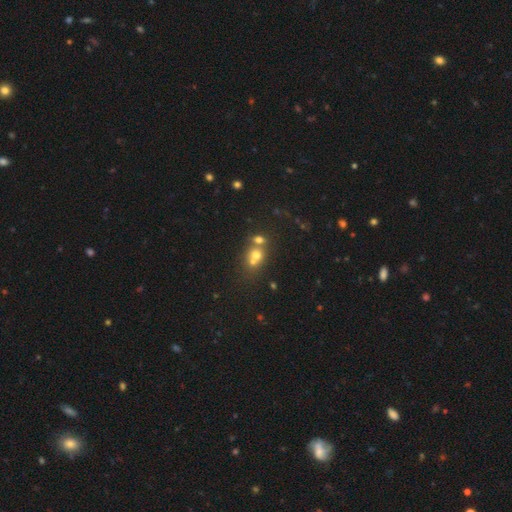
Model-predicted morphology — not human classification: type=smooth (61%); roundness=round (73%); merging=merger (57%).